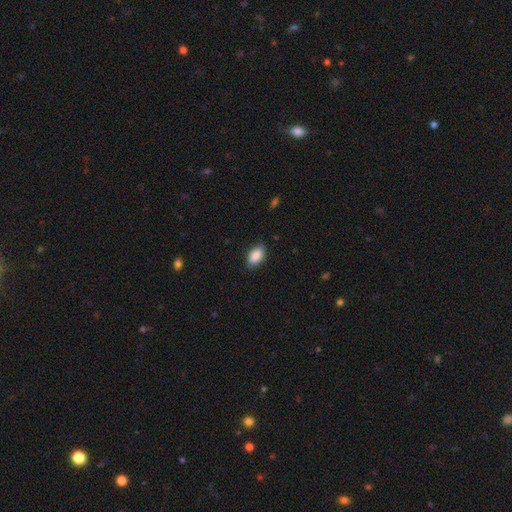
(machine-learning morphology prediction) A smooth galaxy with no disk features (87%) that is in between round and cigar-shaped (92%).

Vote fractions:
- Smooth or featured? smooth: 87% / star or artifact: 7% / featured or disk: 6%
- How rounded? in between: 92% / round: 4% / cigar-shaped: 3%
- Merging? none: 81% / minor disturbance: 15% / major disturbance: 3% / merger: 1%